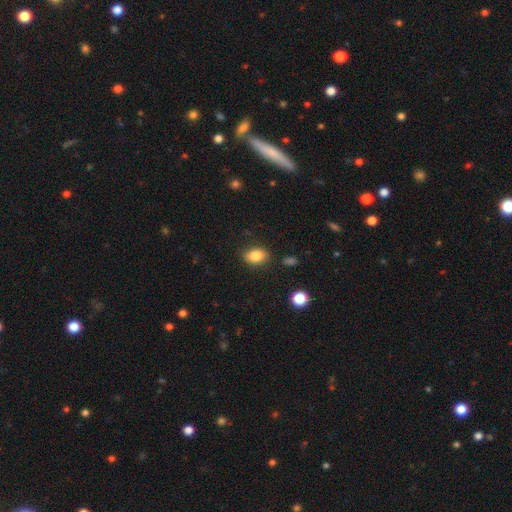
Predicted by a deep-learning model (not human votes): Smooth or featured? smooth (83%)
How rounded? in between (81%)
Merging? none (84%)